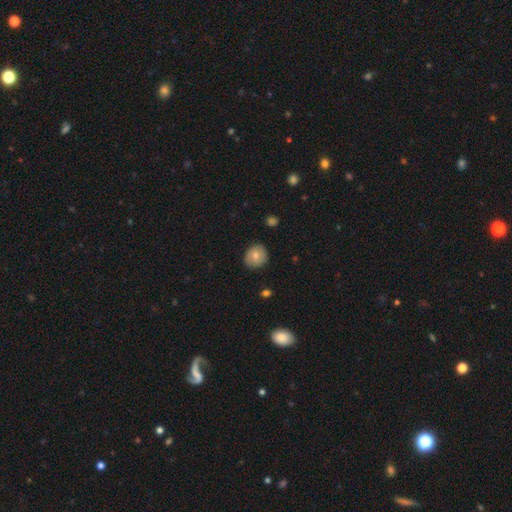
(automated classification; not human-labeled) This appears to be a smooth galaxy with no disk features (68%) that is round (79%). Merging: none (82%).